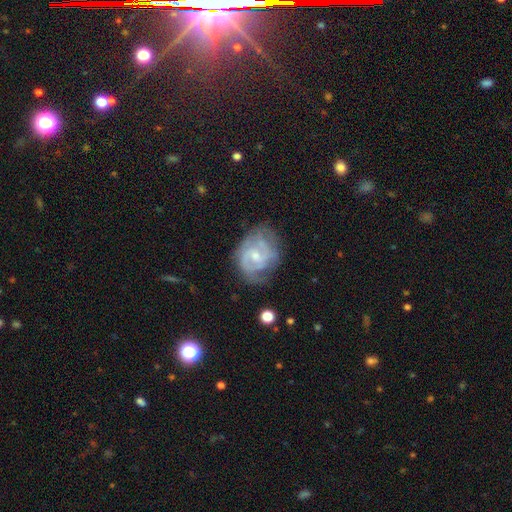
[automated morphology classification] Smooth or featured? Predicted: featured or disk (p=0.79). Edge-on disk? Predicted: no (p=0.98). Bar? Predicted: no (p=0.50). Spiral arms? Predicted: yes (p=0.89). Spiral winding? Predicted: tight (p=0.45). Spiral arm count? Predicted: 2 (p=0.51). Bulge size? Predicted: small (p=0.55). Merging? Predicted: none (p=0.58).